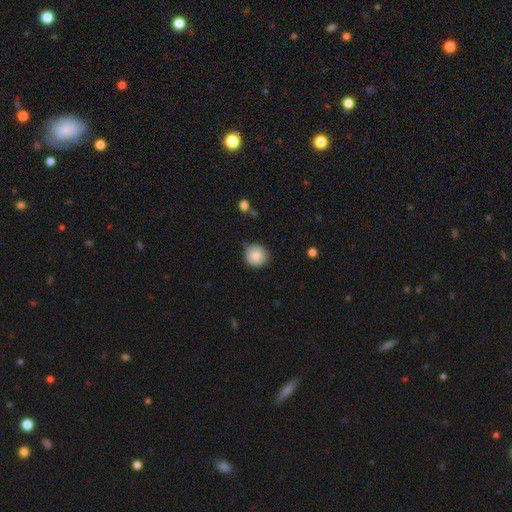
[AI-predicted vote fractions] Smooth or featured?
  - smooth: 85% *
  - star or artifact: 8%
  - featured or disk: 7%
How rounded?
  - round: 93% *
  - in between: 6%
  - cigar-shaped: 1%
Merging?
  - none: 85% *
  - minor disturbance: 12%
  - major disturbance: 2%
  - merger: 1%